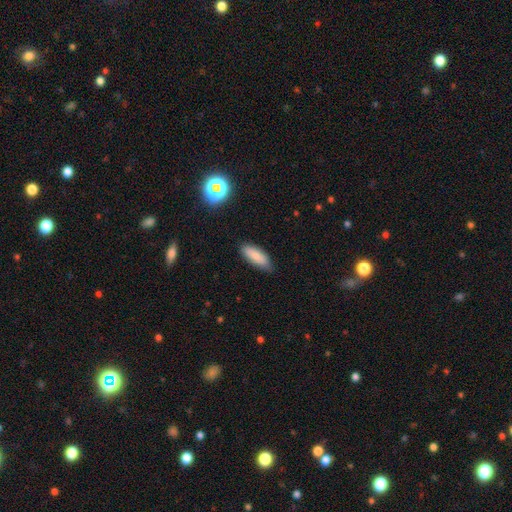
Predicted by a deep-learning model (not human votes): Smooth or featured?
  - smooth: 83% *
  - featured or disk: 10%
  - star or artifact: 8%
How rounded?
  - in between: 71% *
  - cigar-shaped: 27%
  - round: 2%
Merging?
  - none: 79% *
  - minor disturbance: 17%
  - major disturbance: 3%
  - merger: 1%